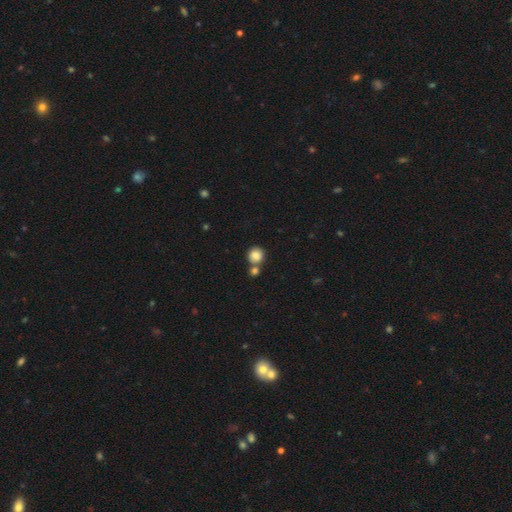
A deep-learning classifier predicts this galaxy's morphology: Overall: smooth (85%). How rounded: round (91%). Merging: none (58%; merger 31%).